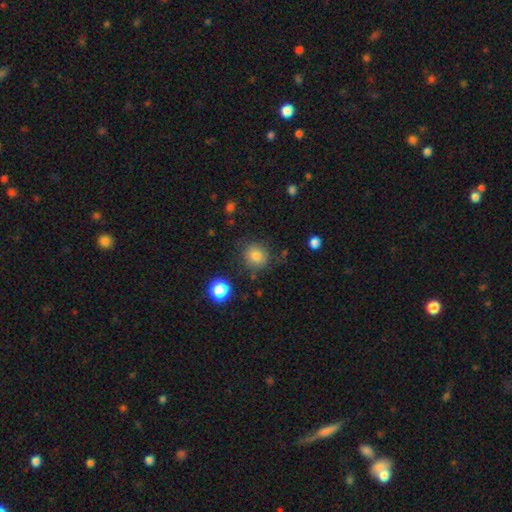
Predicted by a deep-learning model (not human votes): Smooth or featured?
  - smooth: 81% *
  - star or artifact: 12%
  - featured or disk: 6%
How rounded?
  - round: 86% *
  - in between: 13%
  - cigar-shaped: 1%
Merging?
  - none: 83% *
  - minor disturbance: 11%
  - major disturbance: 4%
  - merger: 3%